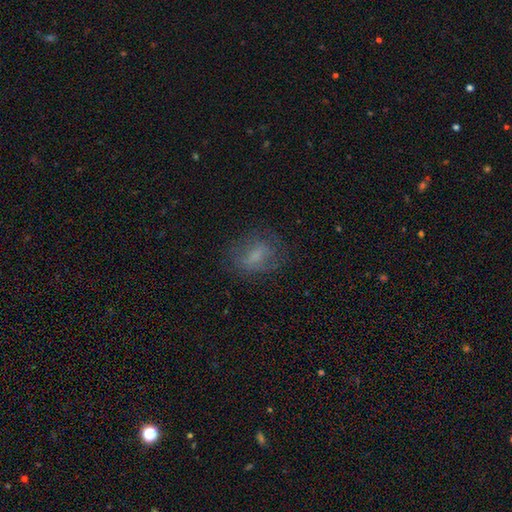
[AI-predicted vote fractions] smooth_or_featured: smooth (p=0.56) [alt: featured or disk p=0.31]
how_rounded: in between (p=0.62) [alt: round p=0.35]
merging: none (p=0.65) [alt: minor disturbance p=0.19]